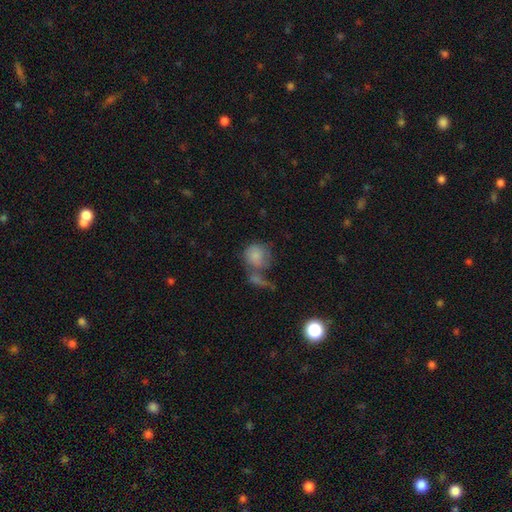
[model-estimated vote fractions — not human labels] Overall: smooth (78%). How rounded: round (77%). Merging: merger (43%; none 31%).